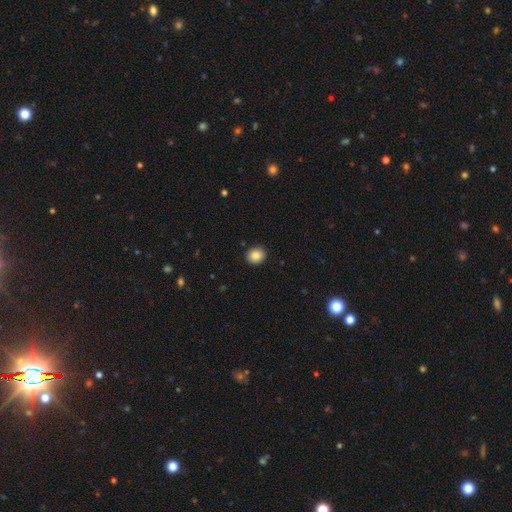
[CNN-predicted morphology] Smooth or featured? smooth (86%)
How rounded? round (76%)
Merging? none (92%)